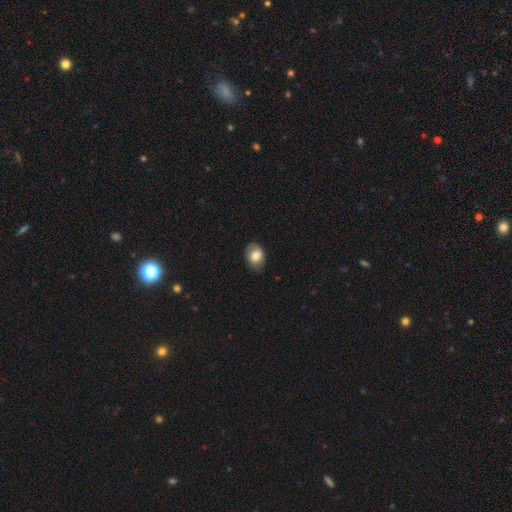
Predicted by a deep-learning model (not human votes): Overall: smooth (80%). How rounded: in between (76%). Merging: none (79%).